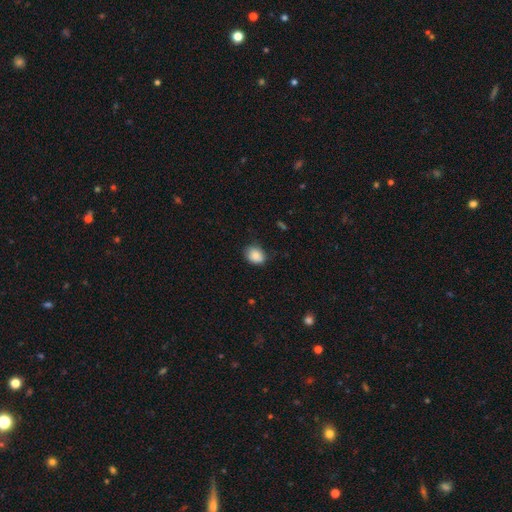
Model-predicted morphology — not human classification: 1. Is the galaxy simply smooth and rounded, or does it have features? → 86% smooth, 8% star or artifact, 6% featured or disk.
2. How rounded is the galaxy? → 55% in between, 44% round, 1% cigar-shaped.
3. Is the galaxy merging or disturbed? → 72% none, 23% minor disturbance, 4% major disturbance, 1% merger.